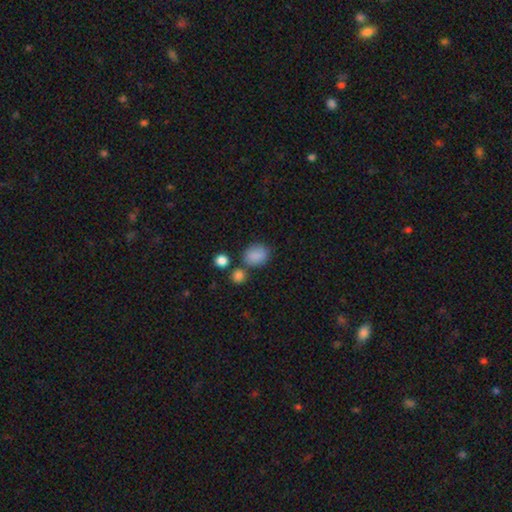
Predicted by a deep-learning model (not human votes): This is clearly a smooth galaxy (85%). How rounded: possibly round (52%). Merging: likely none (68%).